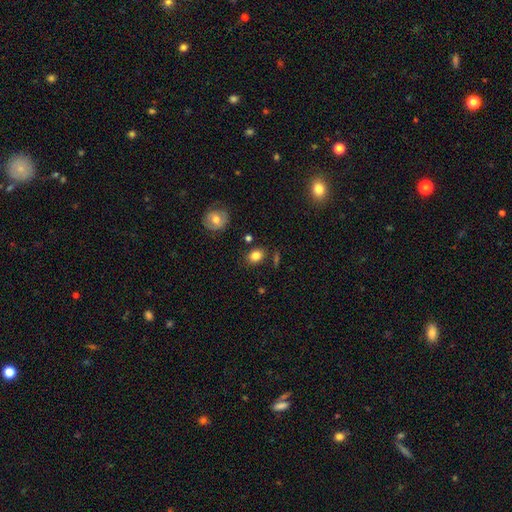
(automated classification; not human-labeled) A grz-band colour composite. It shows a smooth galaxy with no disk features (82%) that is in between round and cigar-shaped (57%). Merging: none (80%).